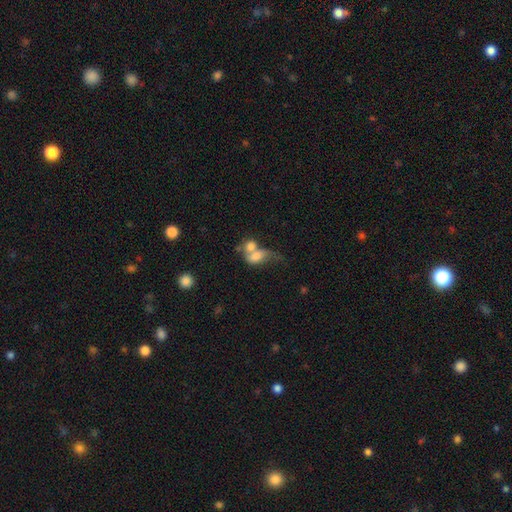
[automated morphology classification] The model was most divided on "smooth or featured": smooth: 67%, featured or disk: 23%, star or artifact: 10%. More confident: how rounded — in between (74%); merging — merger (67%).